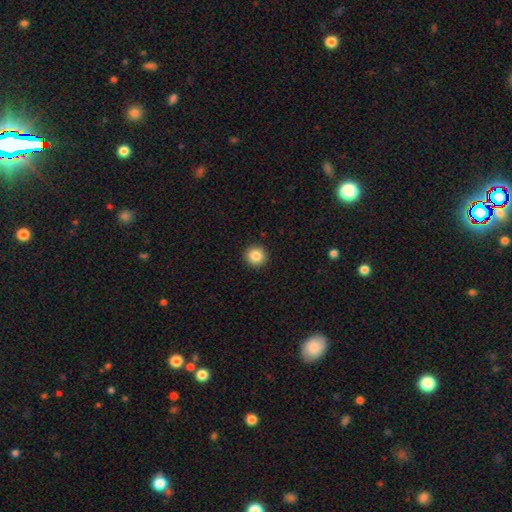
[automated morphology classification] type=smooth (85%); roundness=round (94%); merging=none (93%).